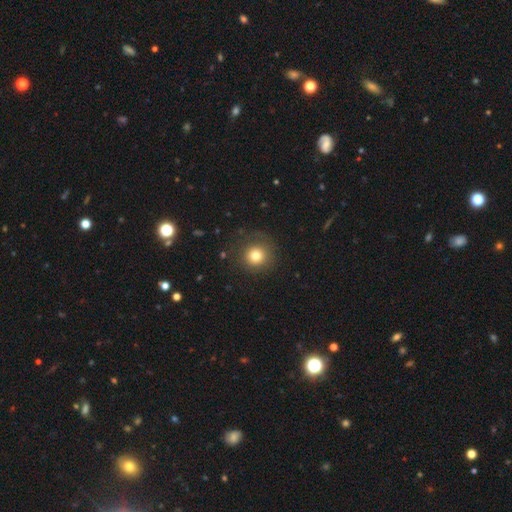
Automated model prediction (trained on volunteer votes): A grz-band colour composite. It shows a smooth galaxy with no disk features (78%) that is round (93%). Merging: none (81%).